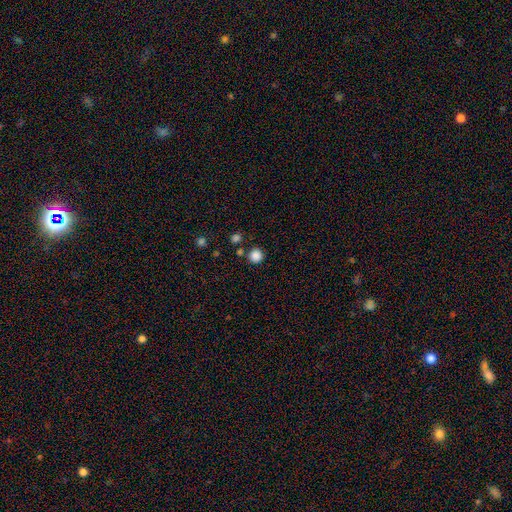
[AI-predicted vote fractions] Morphology: type=smooth (86%); roundness=round (95%); merging=none (84%).